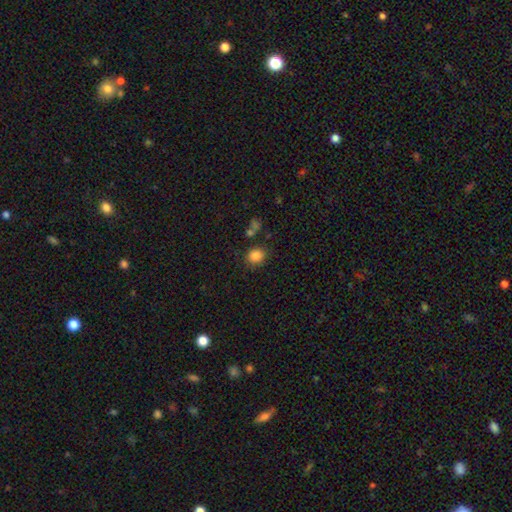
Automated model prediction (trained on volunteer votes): smooth 85%, star or artifact 11%, featured or disk 5%. Down the decision tree: how rounded — round (78%); merging — none (80%).